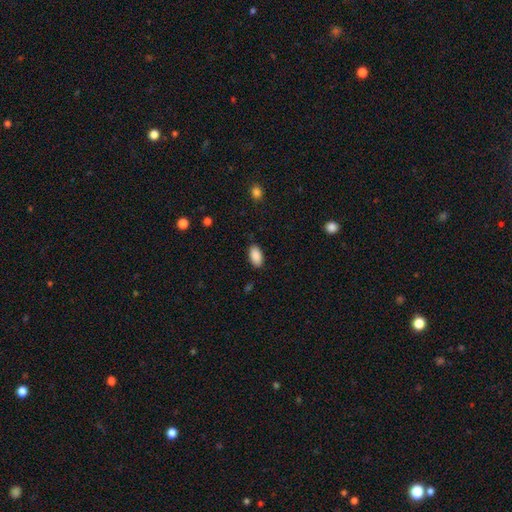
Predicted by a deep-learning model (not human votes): The model was most divided on "merging": none: 86%, minor disturbance: 10%, major disturbance: 2%, merger: 1%. More confident: how rounded — in between (95%); smooth or featured — smooth (90%).